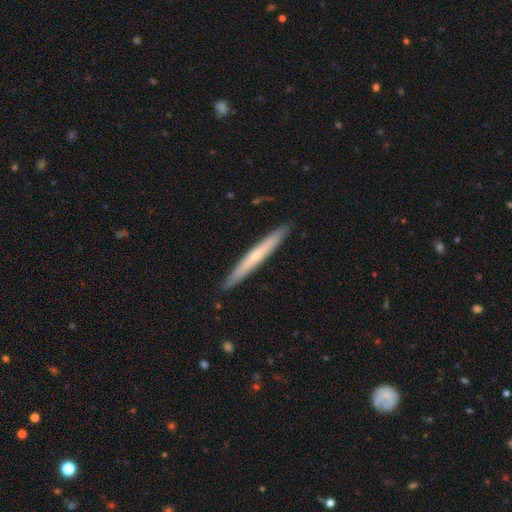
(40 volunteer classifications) Smooth or featured?
  - featured or disk: 60% *
  - smooth: 35%
  - star or artifact: 5%
Edge-on disk?
  - yes: 96% *
  - no: 4%
Edge-on bulge?
  - none: 52% *
  - rounded: 48%
  - boxy: 0%
Merging?
  - none: 97% *
  - minor disturbance: 3%
  - major disturbance: 0%
  - merger: 0%